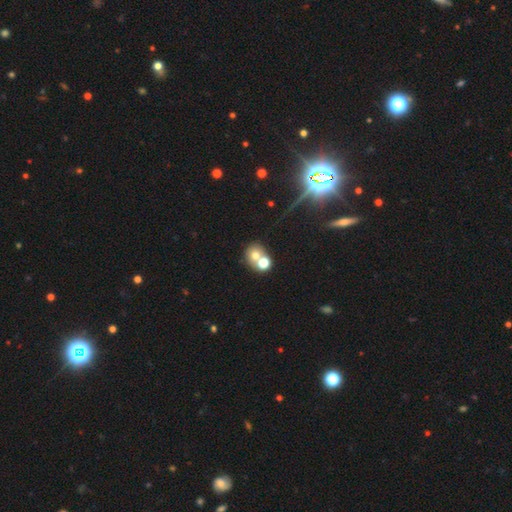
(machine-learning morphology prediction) smooth 66%, featured or disk 18%, star or artifact 16%. Down the decision tree: how rounded — round (77%); merging — merger (48%).